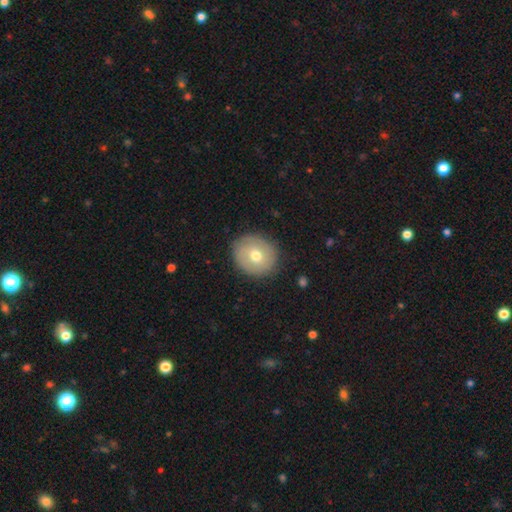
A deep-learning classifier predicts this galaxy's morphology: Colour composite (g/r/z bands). It shows a smooth galaxy with no disk features (61%) that is round (81%). Merging: none (86%).